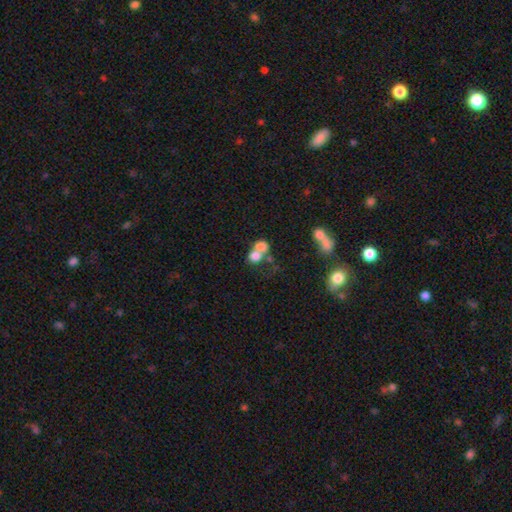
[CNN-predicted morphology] Smooth or featured?
  - smooth: 70% *
  - featured or disk: 18%
  - star or artifact: 12%
How rounded?
  - round: 55% *
  - in between: 44%
  - cigar-shaped: 1%
Merging?
  - merger: 65% *
  - none: 22%
  - major disturbance: 7%
  - minor disturbance: 7%